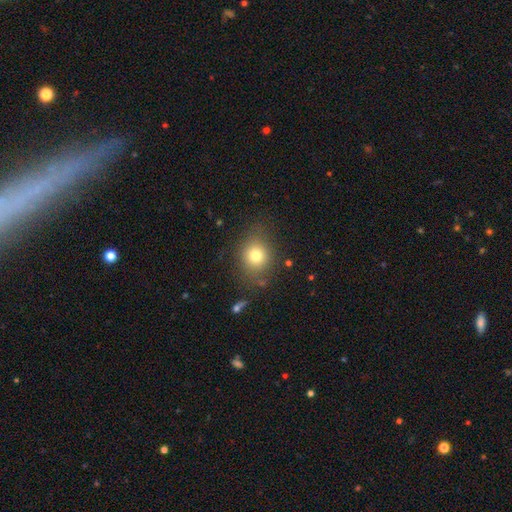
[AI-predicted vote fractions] This appears to be a smooth galaxy with no disk features (76%) that is round (77%). Merging: none (78%).